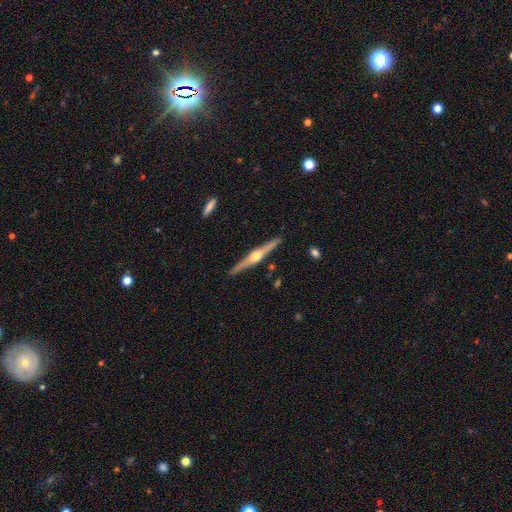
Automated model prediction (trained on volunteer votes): Smooth or featured? featured or disk (81%)
Edge-on disk? yes (98%)
Edge-on bulge? rounded (94%)
Merging? none (90%)